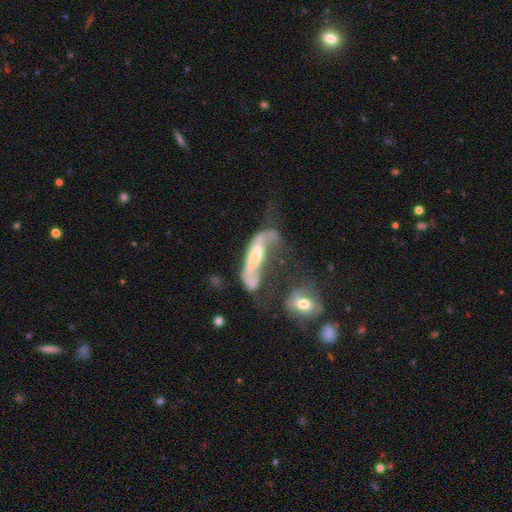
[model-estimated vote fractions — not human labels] smooth_or_featured: featured or disk (p=0.59) [alt: smooth p=0.32]
disk_edge_on: no (p=0.74) [alt: yes p=0.26]
merging: merger (p=0.38) [alt: major disturbance p=0.37]